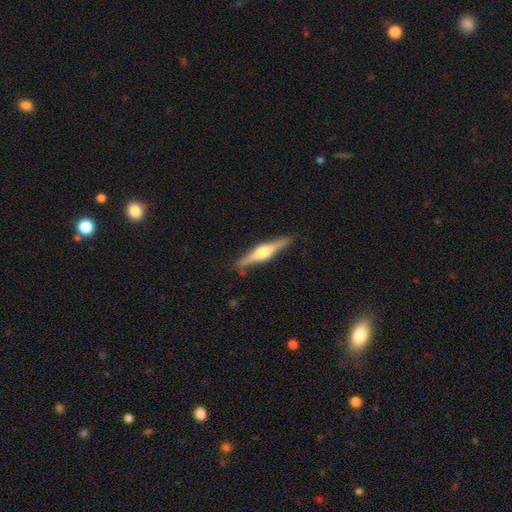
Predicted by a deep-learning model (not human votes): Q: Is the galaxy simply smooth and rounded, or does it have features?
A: featured or disk — 74%.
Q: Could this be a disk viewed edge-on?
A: yes — 97%.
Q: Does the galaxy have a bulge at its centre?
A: rounded — 89%.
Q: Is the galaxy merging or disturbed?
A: none — 88%.